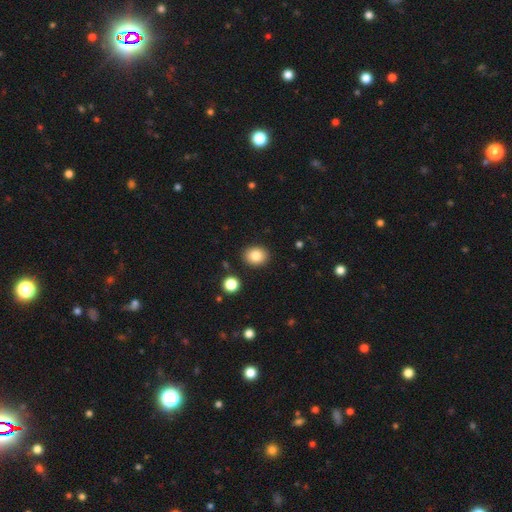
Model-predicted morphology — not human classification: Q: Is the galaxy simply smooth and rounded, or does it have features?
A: smooth — 83%.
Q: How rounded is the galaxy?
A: round — 59%.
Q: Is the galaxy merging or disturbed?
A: none — 89%.